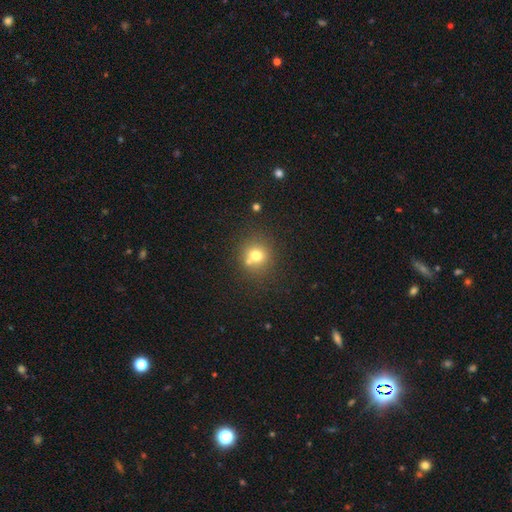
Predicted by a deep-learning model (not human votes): smooth 72%, star or artifact 14%, featured or disk 13%. Down the decision tree: how rounded — round (87%); merging — none (64%).